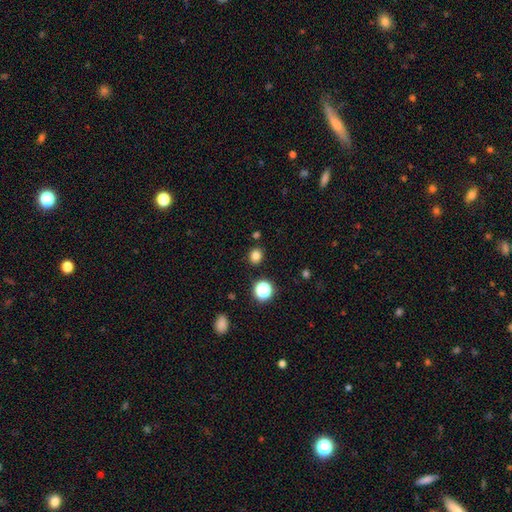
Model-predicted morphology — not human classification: smooth 80%, star or artifact 15%, featured or disk 4%. Down the decision tree: how rounded — round (74%); merging — none (87%).